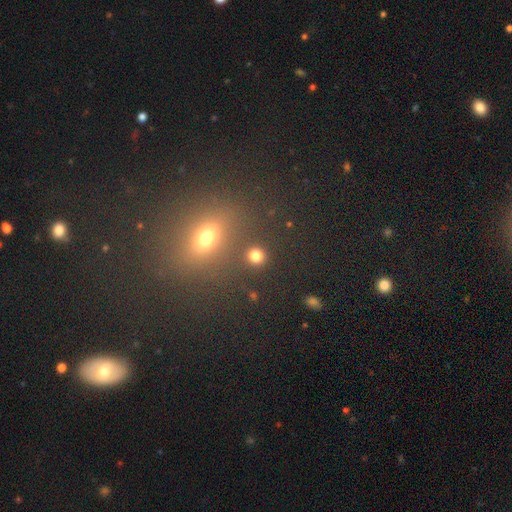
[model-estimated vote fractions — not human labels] A smooth galaxy with no disk features (80%) that is round (87%).

Vote fractions:
- Smooth or featured? smooth: 80% / star or artifact: 15% / featured or disk: 5%
- How rounded? round: 87% / in between: 12% / cigar-shaped: 1%
- Merging? none: 85% / merger: 6% / minor disturbance: 6% / major disturbance: 3%